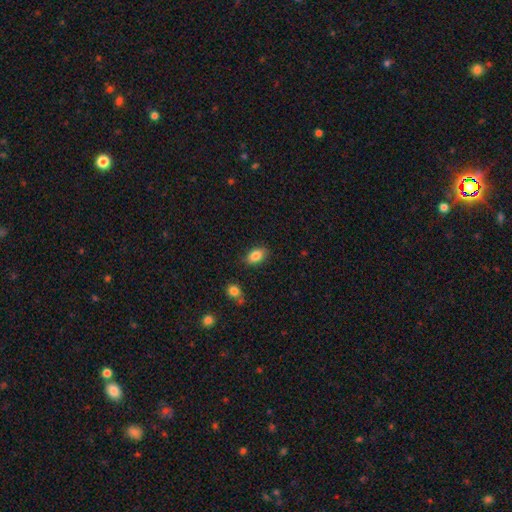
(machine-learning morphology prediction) Smooth or featured?
  - smooth: 84% *
  - star or artifact: 8%
  - featured or disk: 7%
How rounded?
  - in between: 86% *
  - round: 11%
  - cigar-shaped: 3%
Merging?
  - none: 81% *
  - minor disturbance: 14%
  - major disturbance: 3%
  - merger: 2%